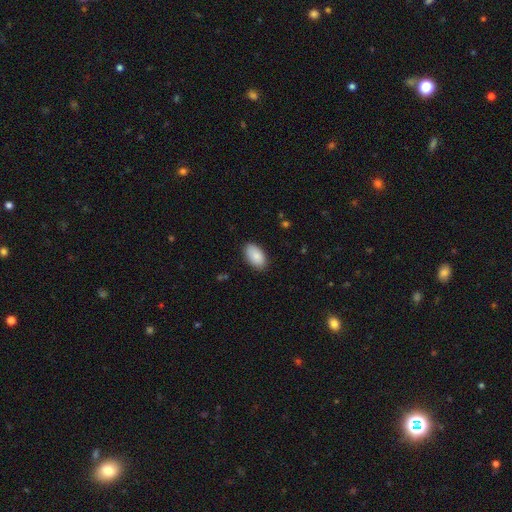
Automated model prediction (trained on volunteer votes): Smooth or featured? smooth (89%)
How rounded? in between (95%)
Merging? none (86%)